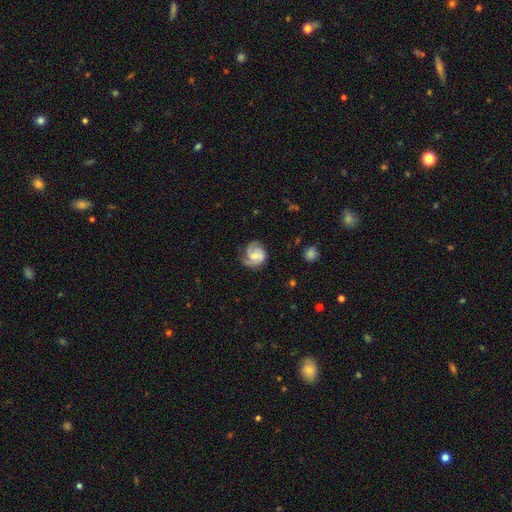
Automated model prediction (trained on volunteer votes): Q: Smooth or featured?
A: featured or disk (73%); runner-up: smooth (20%)
Q: Edge-on disk?
A: no (98%); runner-up: yes (2%)
Q: Bar?
A: no (53%); runner-up: weak (39%)
Q: Spiral arms?
A: yes (95%); runner-up: no (5%)
Q: Spiral winding?
A: medium (43%); runner-up: tight (42%)
Q: Spiral arm count?
A: 2 (58%); runner-up: 3 (17%)
Q: Bulge size?
A: small (47%); runner-up: moderate (42%)
Q: Merging?
A: none (65%); runner-up: minor disturbance (23%)